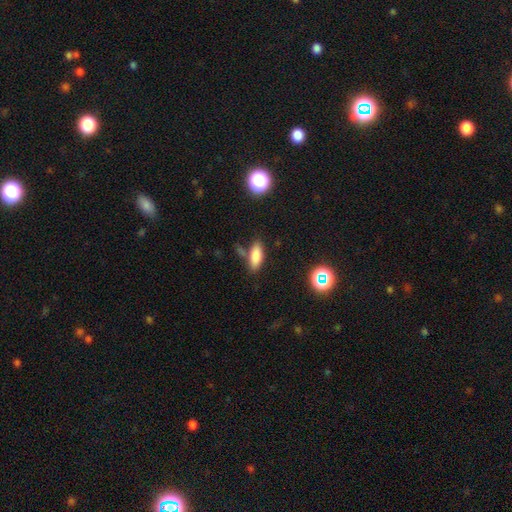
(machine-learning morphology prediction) smooth_or_featured: smooth (p=0.80) [alt: star or artifact p=0.11]
how_rounded: in between (p=0.73) [alt: cigar-shaped p=0.24]
merging: none (p=0.72) [alt: minor disturbance p=0.14]